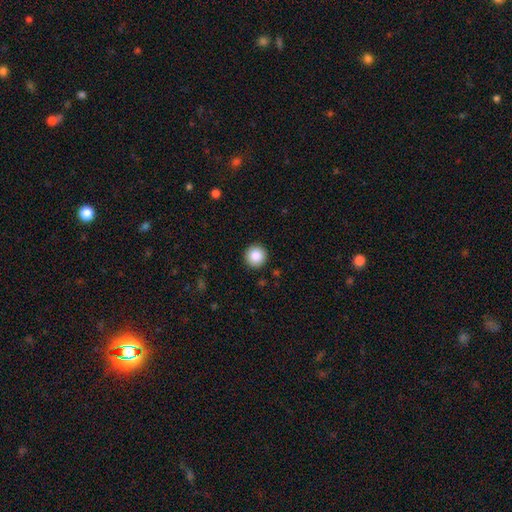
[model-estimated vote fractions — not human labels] Smooth or featured: smooth — 87% (star or artifact — 9%)
How rounded: round — 95% (in between — 4%)
Merging: none — 92% (minor disturbance — 5%)